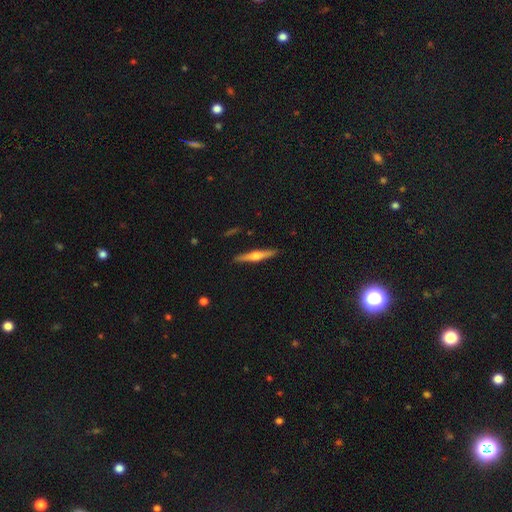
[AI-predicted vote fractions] Morphology: type=featured or disk (64%); edge-on=yes (97%); edge-on bulge=rounded (91%); merging=none (90%).